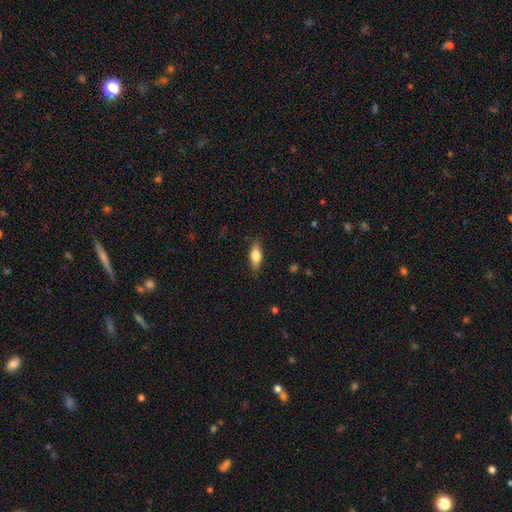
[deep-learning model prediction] This appears to be a smooth galaxy with no disk features (70%) that is in between round and cigar-shaped (67%). Merging: none (86%).